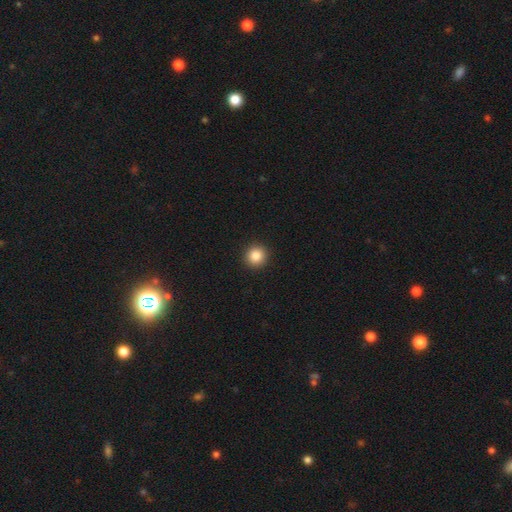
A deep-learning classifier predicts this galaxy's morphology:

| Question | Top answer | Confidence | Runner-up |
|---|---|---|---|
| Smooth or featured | smooth | 85% | star or artifact (10%) |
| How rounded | round | 92% | in between (7%) |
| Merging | none | 93% | minor disturbance (5%) |